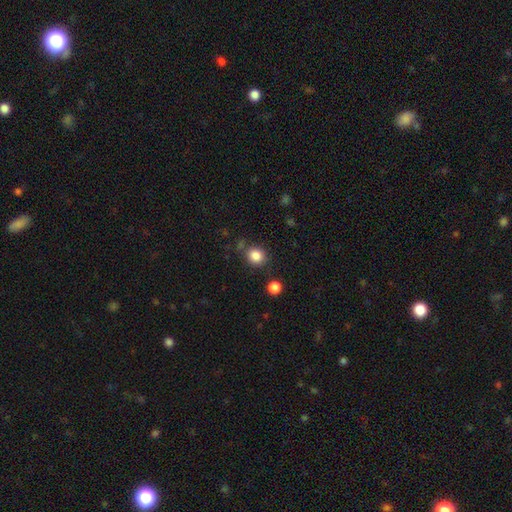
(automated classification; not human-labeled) A smooth galaxy with no disk features (85%) that is round (80%).

Vote fractions:
- Smooth or featured? smooth: 85% / star or artifact: 10% / featured or disk: 5%
- How rounded? round: 80% / in between: 20% / cigar-shaped: 1%
- Merging? none: 79% / minor disturbance: 12% / merger: 6% / major disturbance: 4%